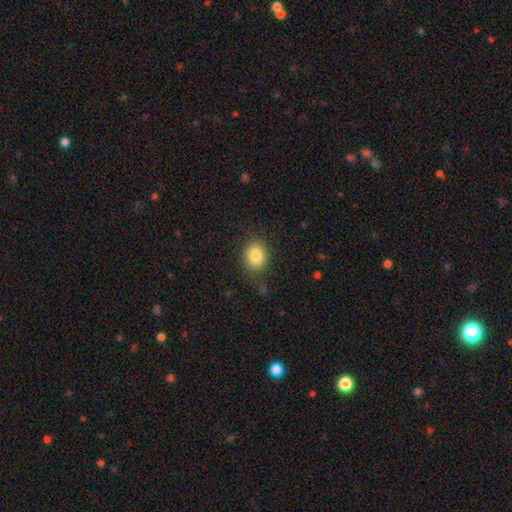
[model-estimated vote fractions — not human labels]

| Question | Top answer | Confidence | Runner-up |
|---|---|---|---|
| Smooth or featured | smooth | 83% | star or artifact (10%) |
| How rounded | round | 60% | in between (39%) |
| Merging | none | 81% | minor disturbance (13%) |